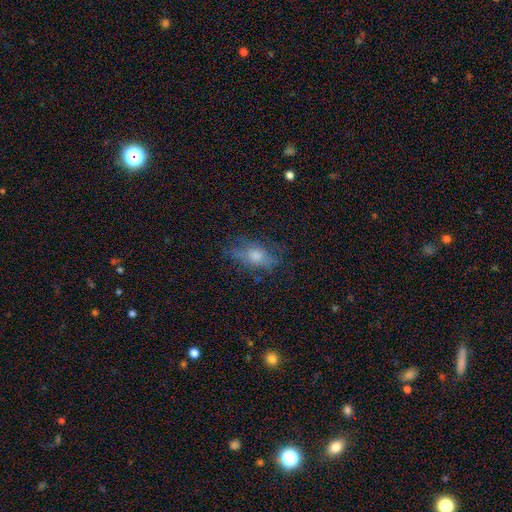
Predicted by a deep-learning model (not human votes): smooth-or-featured: smooth: 48% | featured or disk: 38% | star or artifact: 15%
  merging: none: 66% | minor disturbance: 22% | major disturbance: 11% | merger: 2%